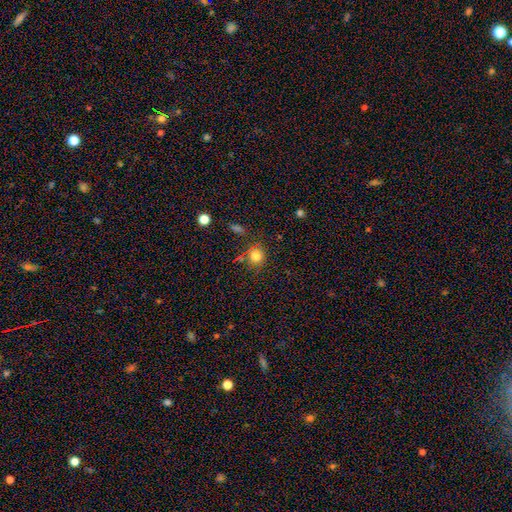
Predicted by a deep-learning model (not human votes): smooth_or_featured: smooth (p=0.77) [alt: star or artifact p=0.16]
how_rounded: round (p=0.88) [alt: in between p=0.11]
merging: none (p=0.79) [alt: minor disturbance p=0.11]